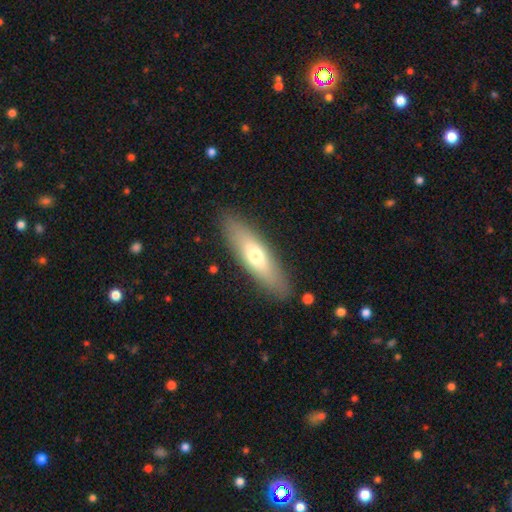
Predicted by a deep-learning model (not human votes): Smooth or featured? smooth (61%)
How rounded? cigar-shaped (61%)
Merging? none (87%)